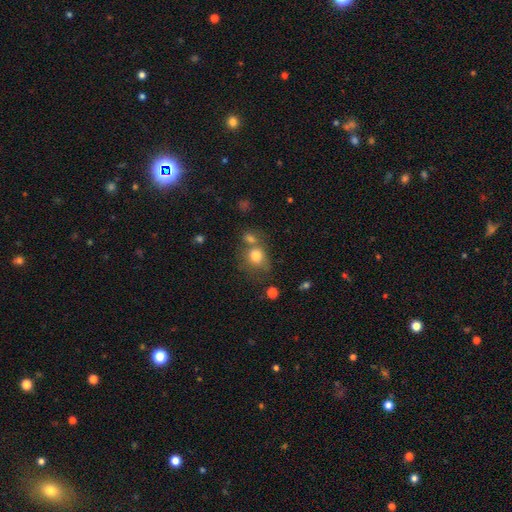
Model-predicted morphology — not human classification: Smooth or featured?
  - smooth: 78% *
  - featured or disk: 11%
  - star or artifact: 11%
How rounded?
  - round: 63% *
  - in between: 36%
  - cigar-shaped: 1%
Merging?
  - none: 41% *
  - merger: 34%
  - minor disturbance: 16%
  - major disturbance: 9%